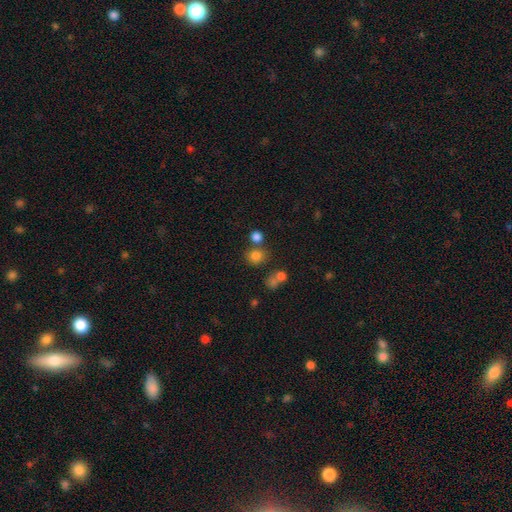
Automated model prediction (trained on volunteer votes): Q: Smooth or featured?
A: smooth (77%); runner-up: star or artifact (15%)
Q: How rounded?
A: round (83%); runner-up: in between (16%)
Q: Merging?
A: none (66%); runner-up: merger (21%)